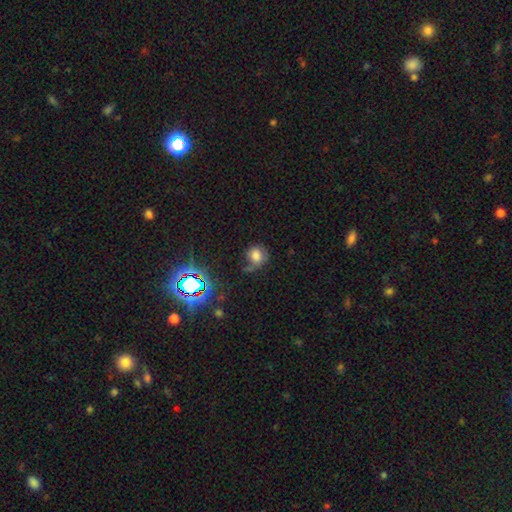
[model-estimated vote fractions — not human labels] smooth_or_featured: smooth (p=0.70) [alt: star or artifact p=0.16]
how_rounded: round (p=0.74) [alt: in between p=0.25]
merging: none (p=0.47) [alt: minor disturbance p=0.28]